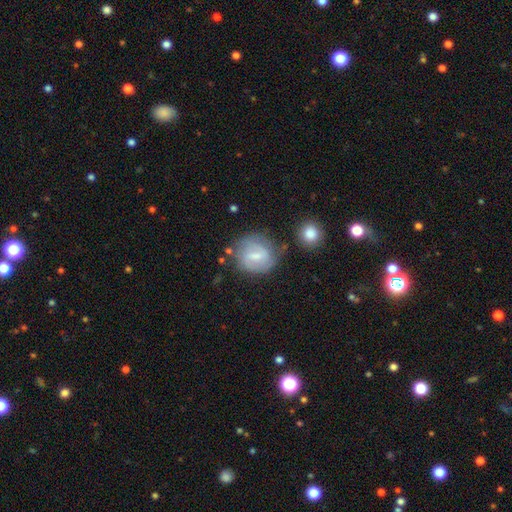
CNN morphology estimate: Q: Smooth or featured?
A: featured or disk (51%); runner-up: smooth (42%)
Q: Edge-on disk?
A: no (96%); runner-up: yes (4%)
Q: Merging?
A: none (65%); runner-up: minor disturbance (20%)